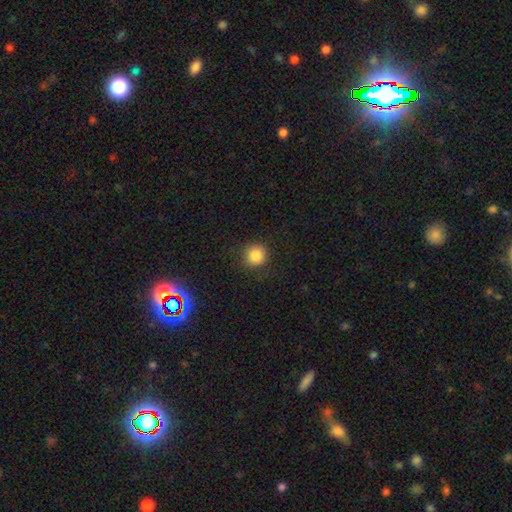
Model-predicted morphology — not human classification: A smooth galaxy with no disk features (84%) that is round (93%).

Vote fractions:
- Smooth or featured? smooth: 84% / star or artifact: 11% / featured or disk: 5%
- How rounded? round: 93% / in between: 6% / cigar-shaped: 1%
- Merging? none: 85% / minor disturbance: 10% / major disturbance: 4% / merger: 1%